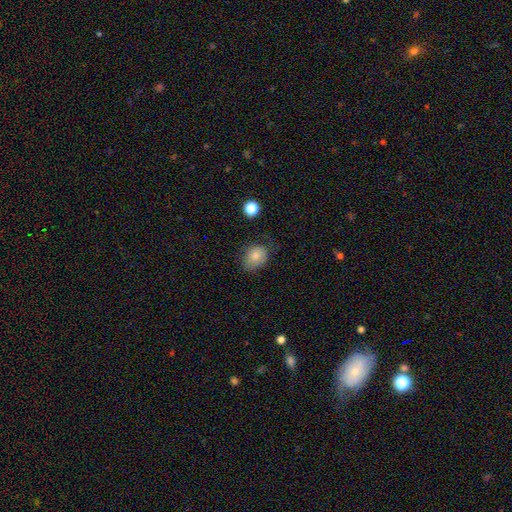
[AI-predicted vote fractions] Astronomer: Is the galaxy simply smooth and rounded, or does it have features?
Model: smooth — 80%.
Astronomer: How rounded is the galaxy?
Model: in between — 50% (runner-up: round, 49%).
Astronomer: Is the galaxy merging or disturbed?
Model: none — 60%.